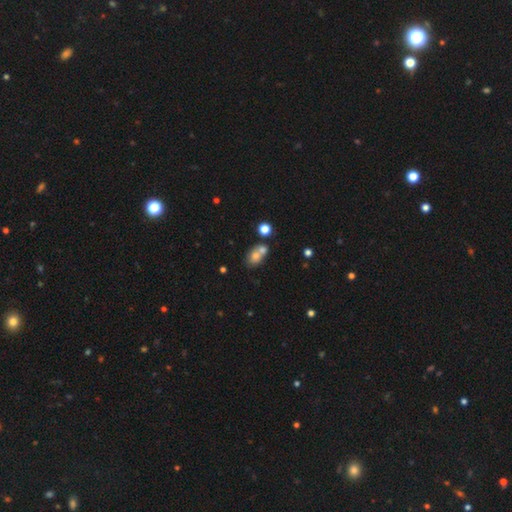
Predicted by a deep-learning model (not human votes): Overall: smooth (70%). How rounded: in between (62%; round 36%). Merging: merger (52%; none 33%).